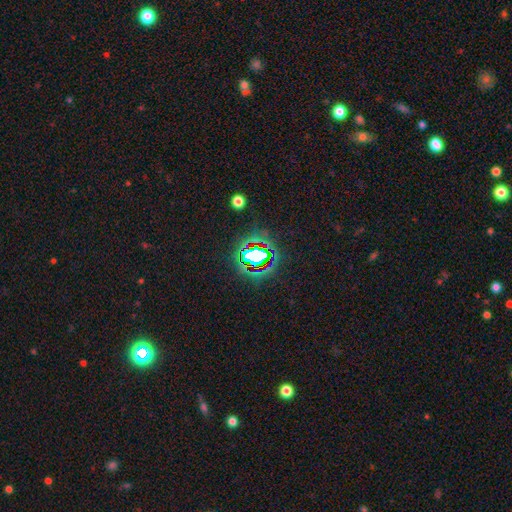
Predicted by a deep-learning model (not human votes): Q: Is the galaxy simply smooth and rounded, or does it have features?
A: star or artifact — 64%.